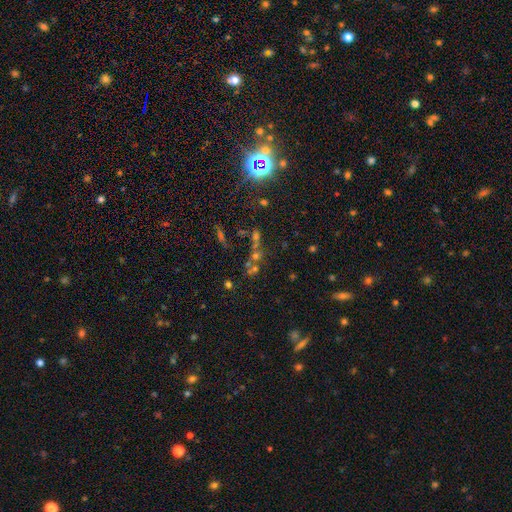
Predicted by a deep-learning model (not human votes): smooth_or_featured: star or artifact (p=0.55) [alt: smooth p=0.29]